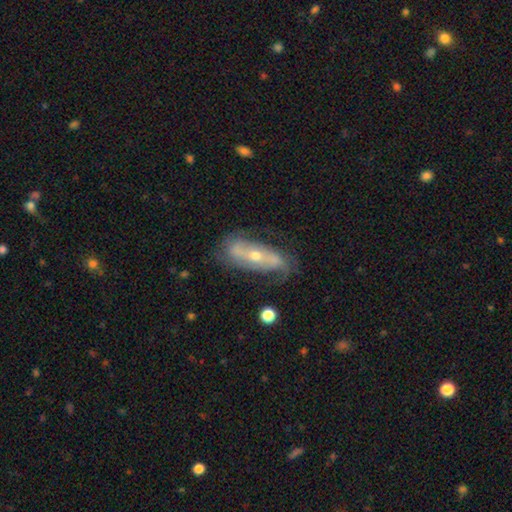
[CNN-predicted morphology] featured or disk 71%, smooth 22%, star or artifact 7%. Down the decision tree: edge-on disk — no (81%); bar — no (48%); spiral arms — yes (79%); bulge size — moderate (51%); merging — none (62%).